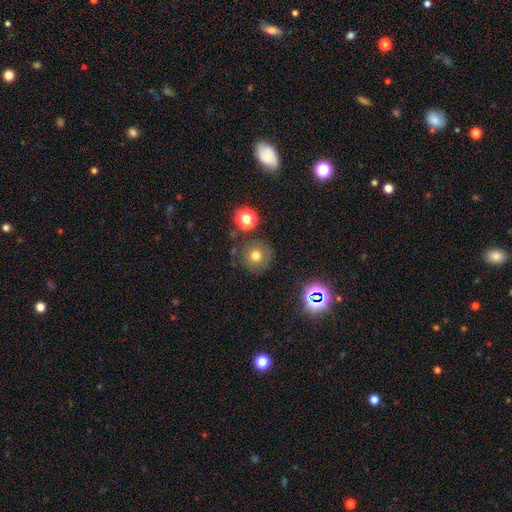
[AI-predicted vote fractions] Smooth or featured? smooth (70%)
How rounded? round (94%)
Merging? none (81%)